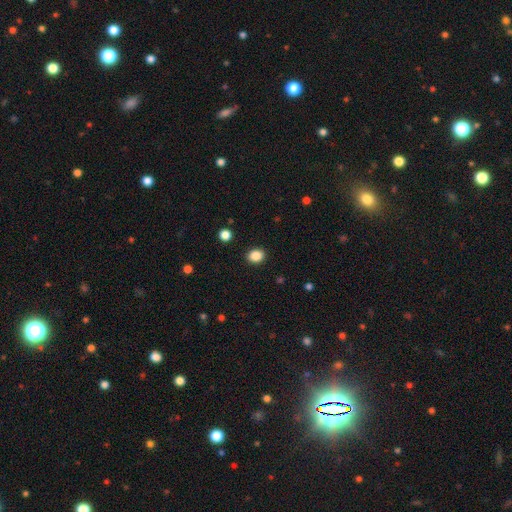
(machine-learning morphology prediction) Q: Smooth or featured?
A: smooth (87%); runner-up: star or artifact (10%)
Q: How rounded?
A: round (55%); runner-up: in between (44%)
Q: Merging?
A: none (90%); runner-up: minor disturbance (7%)